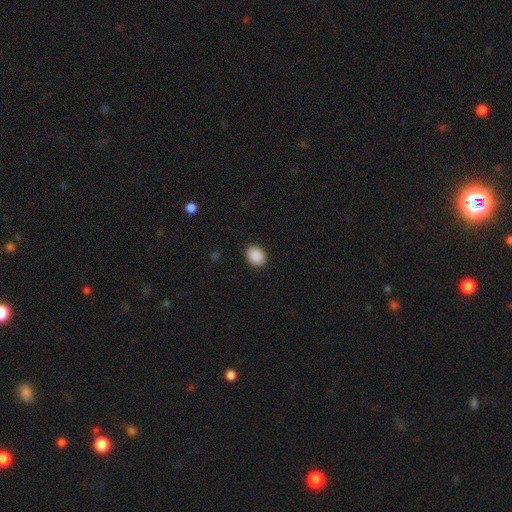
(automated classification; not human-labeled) Smooth or featured: smooth — 90% (star or artifact — 8%)
How rounded: in between — 58% (round — 41%)
Merging: none — 90% (minor disturbance — 7%)